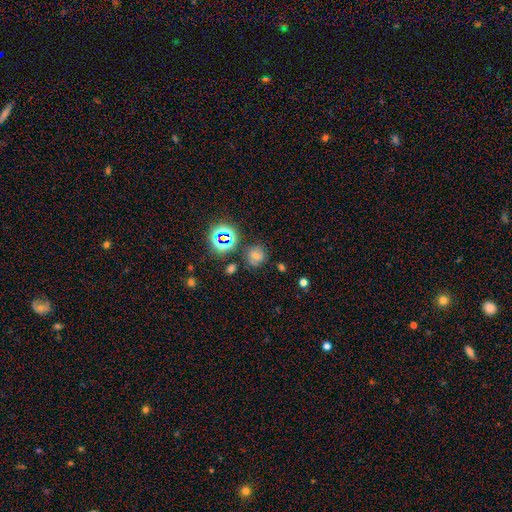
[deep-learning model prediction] The model was most divided on "smooth or featured": smooth: 43%, featured or disk: 32%, star or artifact: 25%. More confident: merging — none (69%).